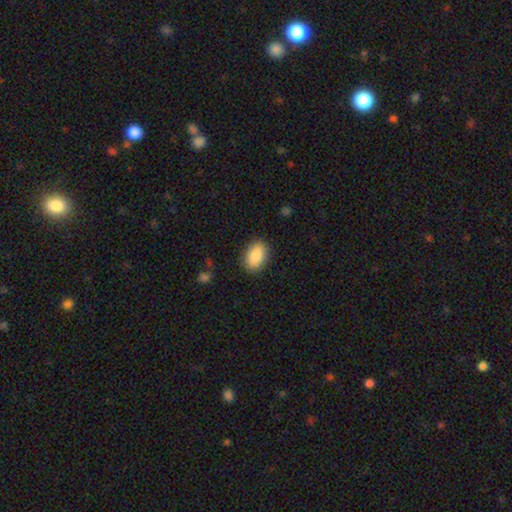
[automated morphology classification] Smooth or featured? Predicted: smooth (p=0.87). How rounded? Predicted: in between (p=0.86). Merging? Predicted: none (p=0.87).